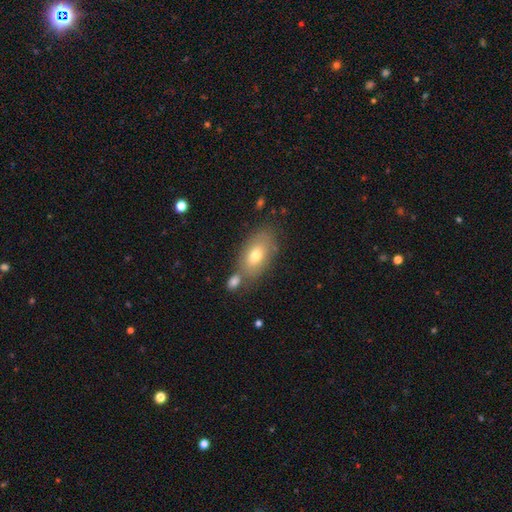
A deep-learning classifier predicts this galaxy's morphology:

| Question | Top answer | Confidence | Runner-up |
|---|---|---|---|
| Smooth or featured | smooth | 70% | featured or disk (21%) |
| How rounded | in between | 90% | round (7%) |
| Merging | none | 63% | merger (19%) |